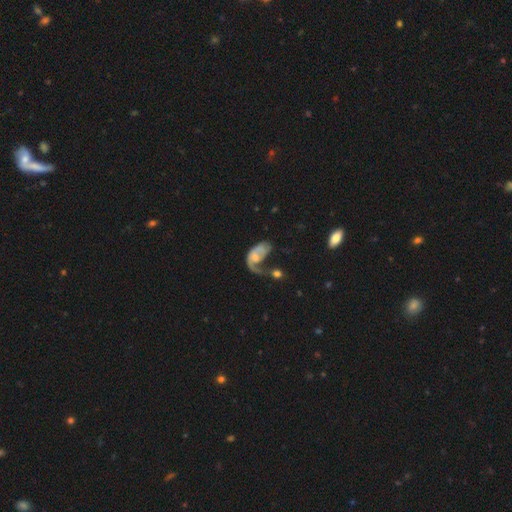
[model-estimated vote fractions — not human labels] Smooth or featured?
  - featured or disk: 65% *
  - smooth: 29%
  - star or artifact: 7%
Edge-on disk?
  - no: 97% *
  - yes: 3%
Bar?
  - no: 69% *
  - weak: 26%
  - strong: 5%
Spiral arms?
  - yes: 73% *
  - no: 27%
Bulge size?
  - small: 45% *
  - moderate: 34%
  - none: 13%
  - large: 5%
  - dominant: 2%
Merging?
  - major disturbance: 46% *
  - merger: 26%
  - none: 17%
  - minor disturbance: 11%